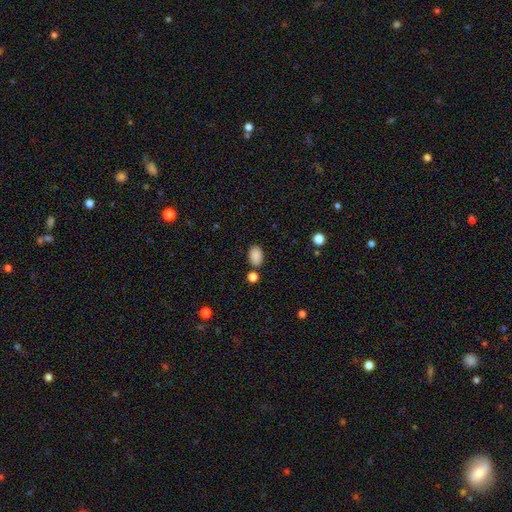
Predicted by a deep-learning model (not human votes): This appears to be a smooth galaxy with no disk features (88%) that is in between round and cigar-shaped (88%). Merging: none (79%).